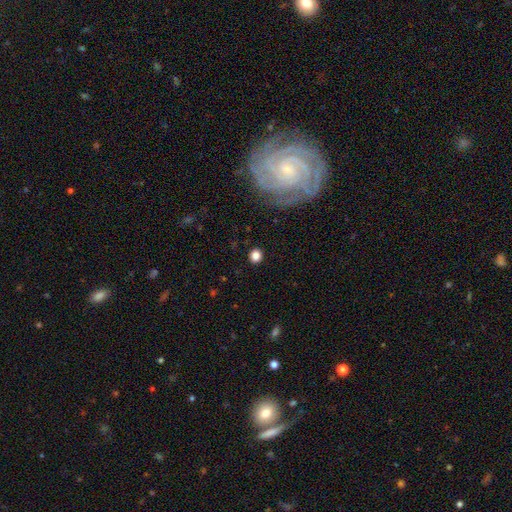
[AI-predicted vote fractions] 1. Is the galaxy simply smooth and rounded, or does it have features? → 84% smooth, 11% star or artifact, 5% featured or disk.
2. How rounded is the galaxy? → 80% round, 18% in between, 1% cigar-shaped.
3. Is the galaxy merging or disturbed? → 90% none, 6% minor disturbance, 3% major disturbance, 1% merger.